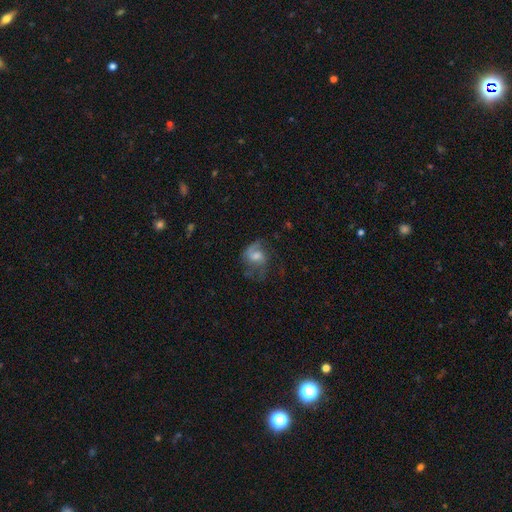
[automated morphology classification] A featured or disk galaxy (65%) with no bar (51%), 2 (56%) medium (44%) spiral arms (87%) and a moderate central bulge (47%). Merging: none (48%).